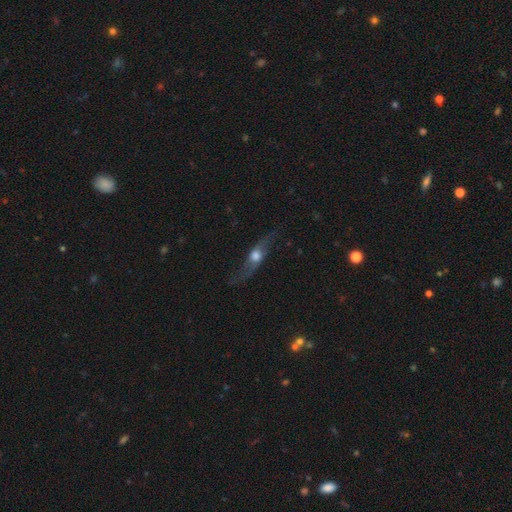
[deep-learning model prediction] This appears to be a featured or disk galaxy (62%) viewed edge-on (66%). Merging: none (67%).